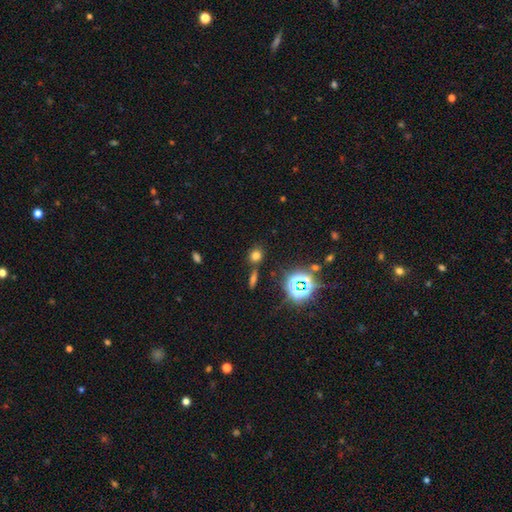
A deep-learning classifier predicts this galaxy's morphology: Smooth or featured? smooth (64%)
How rounded? round (73%)
Merging? none (74%)